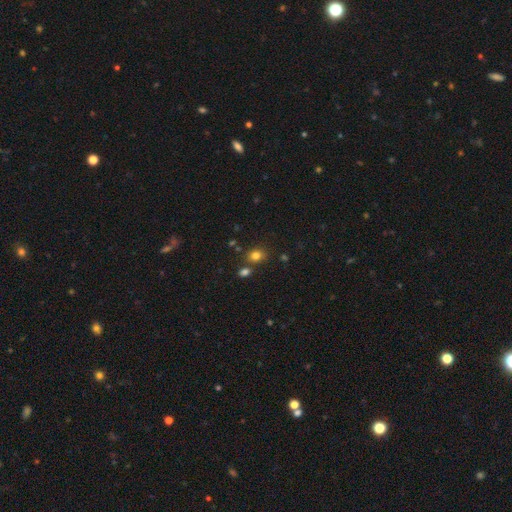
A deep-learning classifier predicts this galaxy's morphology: Smooth or featured? smooth (79%)
How rounded? round (57%)
Merging? none (74%)